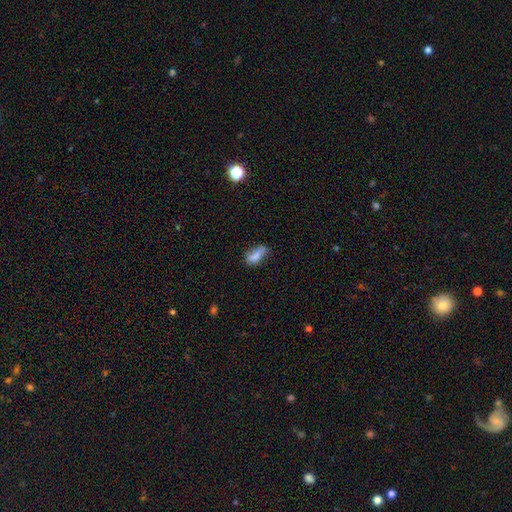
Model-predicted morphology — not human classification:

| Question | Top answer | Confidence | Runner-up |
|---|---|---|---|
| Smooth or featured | smooth | 72% | featured or disk (19%) |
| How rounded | in between | 80% | cigar-shaped (15%) |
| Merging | none | 45% | minor disturbance (32%) |